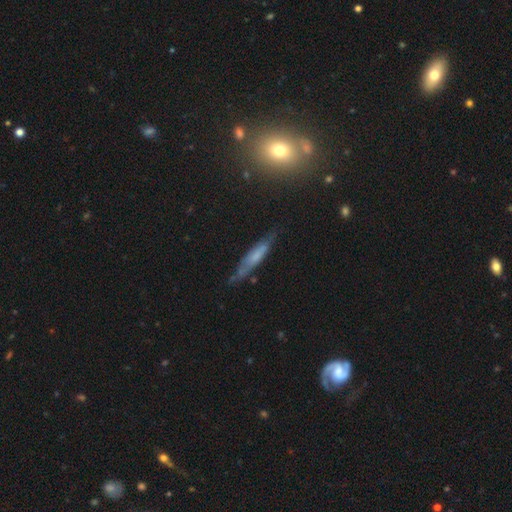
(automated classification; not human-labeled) Overall: smooth (46%; featured or disk 44%). Merging: none (72%).